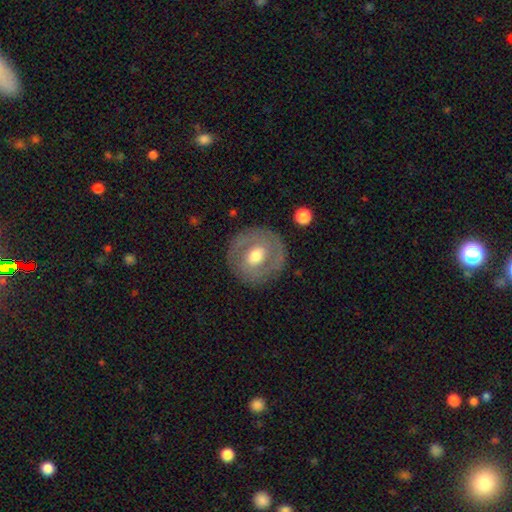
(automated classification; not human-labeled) This is possibly a featured or disk galaxy (53%). It is clearly not viewed edge-on (95%). Bar: possibly no (52%). Spiral arm pattern: likely no (69%). Central bulge: likely moderate (70%). Merging: clearly none (83%).